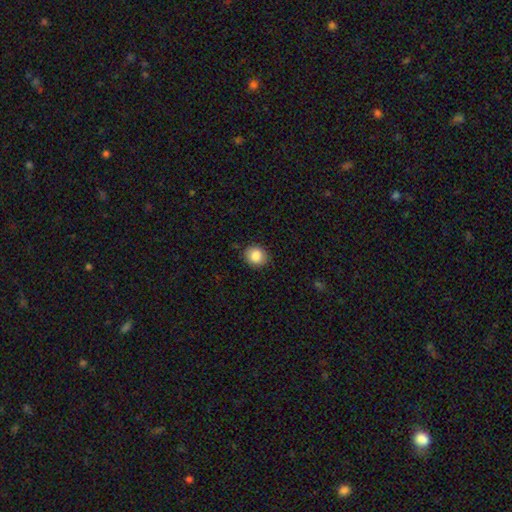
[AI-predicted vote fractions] This is clearly a smooth galaxy (86%). How rounded: likely round (75%). Merging: clearly none (88%).